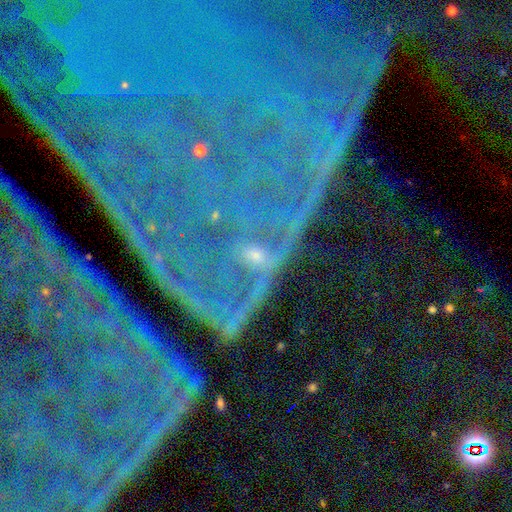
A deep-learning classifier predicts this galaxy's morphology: A star or artifact, not a galaxy (60%).

Vote fractions:
- Smooth or featured? star or artifact: 60% / featured or disk: 28% / smooth: 12%